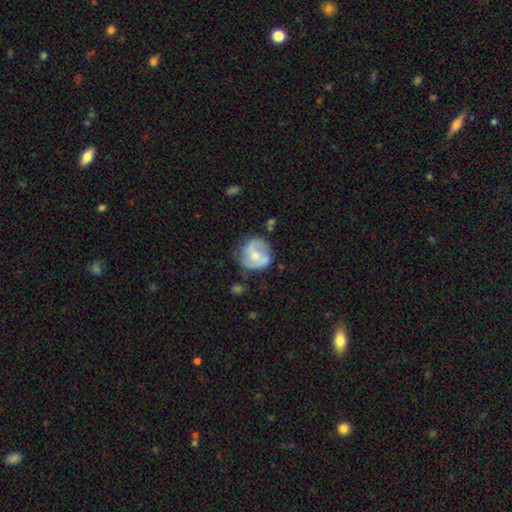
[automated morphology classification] This appears to be a featured or disk galaxy (66%) with no bar (54%), 2 (77%) medium (46%) spiral arms (85%) and a moderate central bulge (47%). Merging: none (63%).